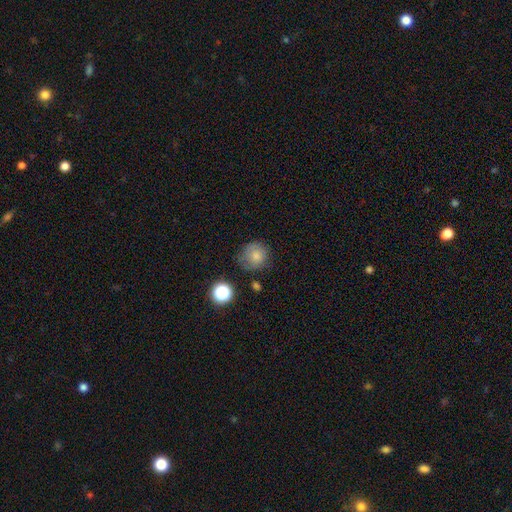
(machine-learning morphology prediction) smooth-or-featured: smooth: 78% | star or artifact: 11% | featured or disk: 11%
  how-rounded: round: 88% | in between: 12% | cigar-shaped: 1%
  merging: none: 67% | minor disturbance: 22% | major disturbance: 7% | merger: 4%